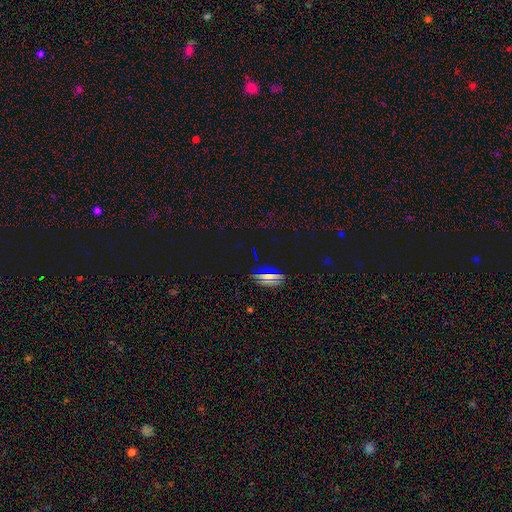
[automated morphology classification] smooth_or_featured: star or artifact (p=0.48) [alt: smooth p=0.41]